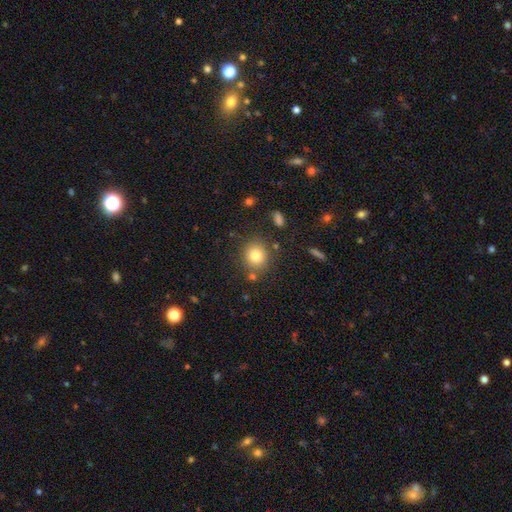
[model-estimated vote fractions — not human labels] Smooth or featured? Predicted: smooth (p=0.78). How rounded? Predicted: round (p=0.83). Merging? Predicted: none (p=0.82).